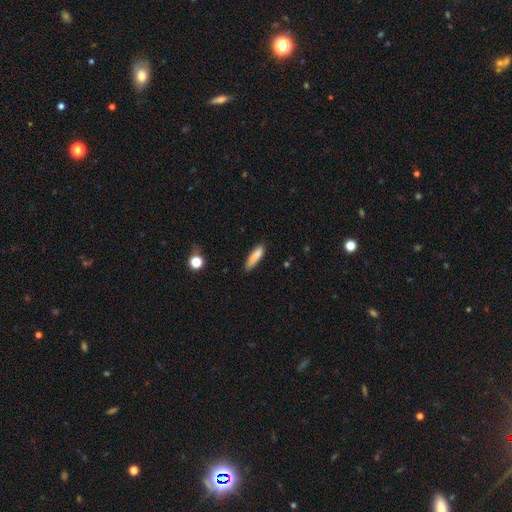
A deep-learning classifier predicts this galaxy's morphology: A smooth galaxy with no disk features (83%) that is cigar-shaped (70%). Merging: none (71%).